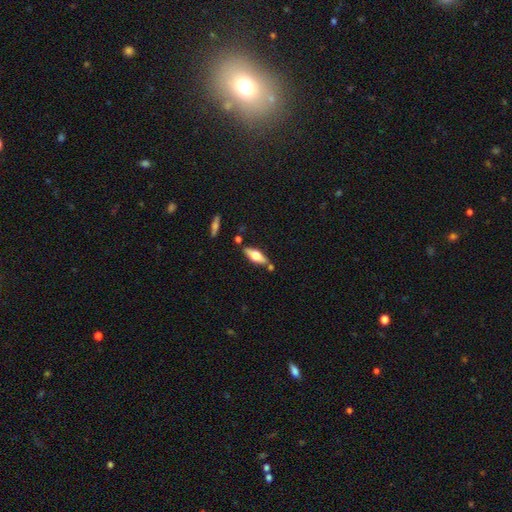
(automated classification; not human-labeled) A featured or disk galaxy (47%). Merging: none (75%).